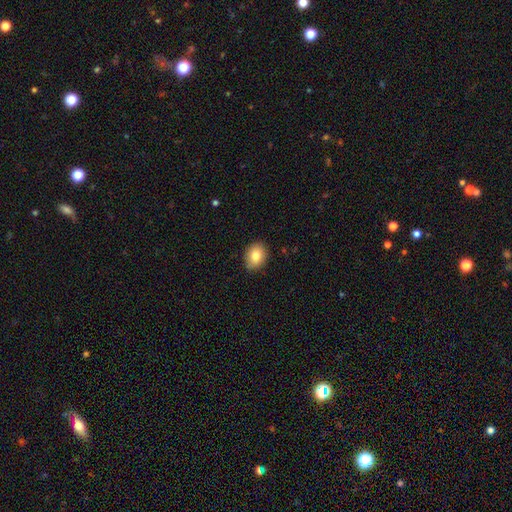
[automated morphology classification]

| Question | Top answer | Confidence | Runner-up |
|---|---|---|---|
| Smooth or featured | smooth | 83% | featured or disk (9%) |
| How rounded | in between | 58% | round (41%) |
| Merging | none | 88% | minor disturbance (10%) |